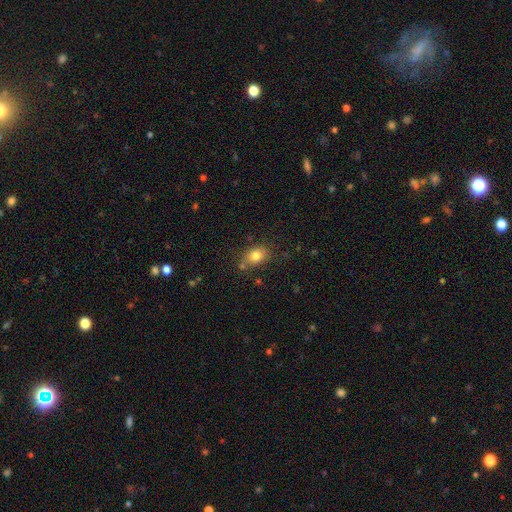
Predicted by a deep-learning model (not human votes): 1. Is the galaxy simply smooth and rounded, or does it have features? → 80% smooth, 11% star or artifact, 9% featured or disk.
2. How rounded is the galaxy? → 67% in between, 32% round, 1% cigar-shaped.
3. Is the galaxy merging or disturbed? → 74% none, 15% minor disturbance, 7% merger, 4% major disturbance.